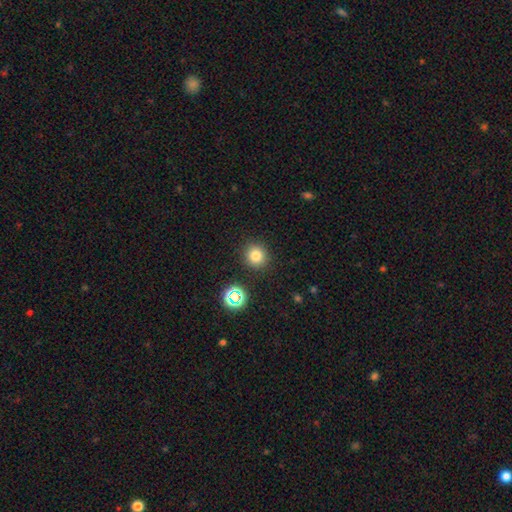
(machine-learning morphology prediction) The model was most divided on "smooth or featured": smooth: 77%, star or artifact: 16%, featured or disk: 6%. More confident: how rounded — round (90%); merging — none (89%).